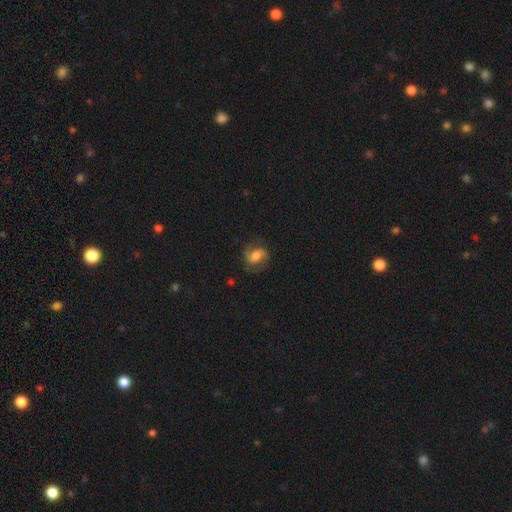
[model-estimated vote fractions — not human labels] This appears to be a featured or disk galaxy (50%). Merging: none (65%).